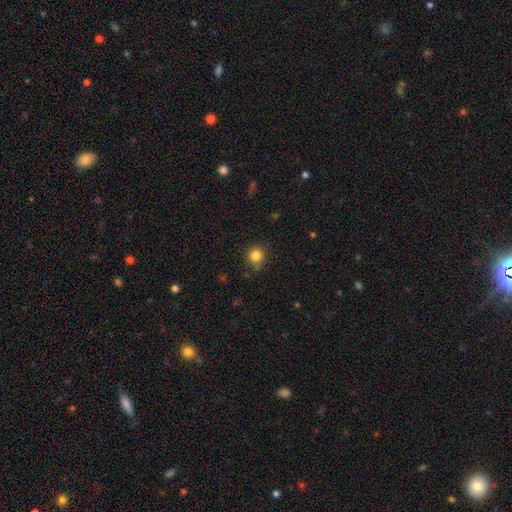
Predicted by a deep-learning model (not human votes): This is clearly a smooth galaxy (82%). How rounded: clearly round (90%). Merging: likely none (79%).